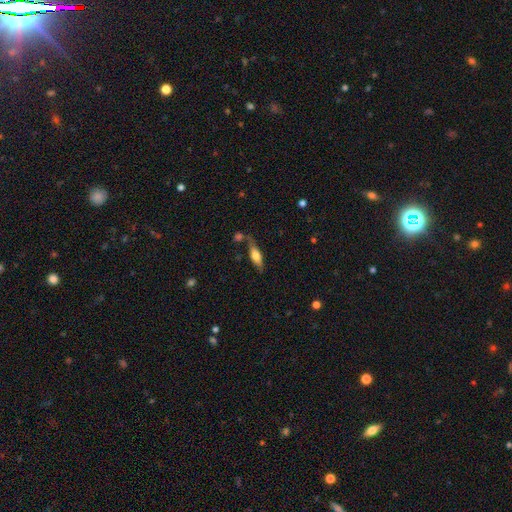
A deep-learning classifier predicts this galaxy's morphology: smooth-or-featured: smooth: 56% | featured or disk: 37% | star or artifact: 7%
  how-rounded: in between: 53% | cigar-shaped: 44% | round: 3%
  merging: none: 59% | minor disturbance: 19% | merger: 14% | major disturbance: 7%